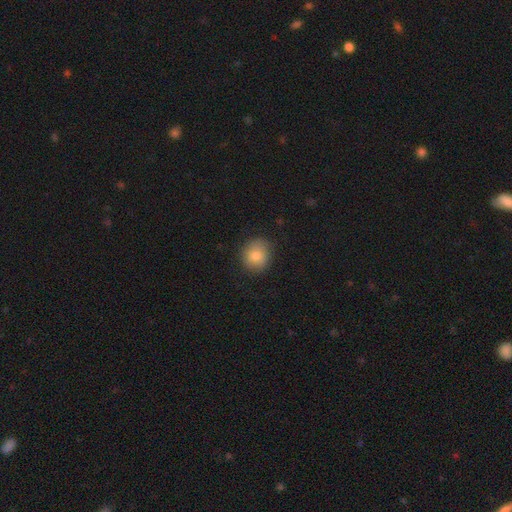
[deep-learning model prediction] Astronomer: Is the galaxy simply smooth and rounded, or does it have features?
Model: smooth — 83%.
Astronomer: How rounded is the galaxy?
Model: round — 78%.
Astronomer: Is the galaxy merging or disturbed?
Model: none — 81%.